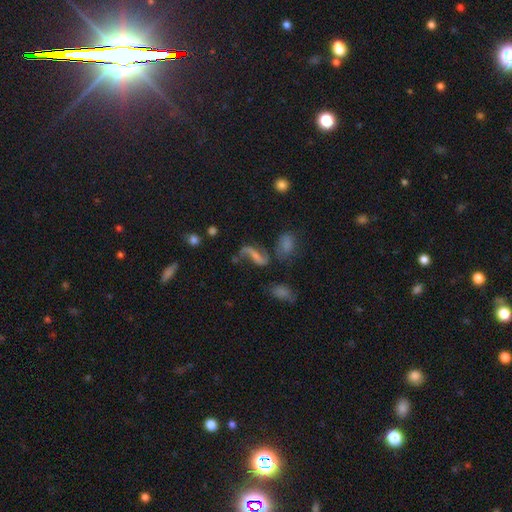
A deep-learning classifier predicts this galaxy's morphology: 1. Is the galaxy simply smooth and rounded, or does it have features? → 63% featured or disk, 21% smooth, 16% star or artifact.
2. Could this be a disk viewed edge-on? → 91% no, 9% yes.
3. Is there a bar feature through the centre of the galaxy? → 37% no (tied), 37% weak (tied), 26% strong.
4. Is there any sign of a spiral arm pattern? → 85% yes, 15% no.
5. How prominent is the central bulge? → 40% small, 31% none, 22% moderate, 4% large, 2% dominant.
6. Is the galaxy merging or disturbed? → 52% none, 17% major disturbance, 17% minor disturbance, 14% merger.